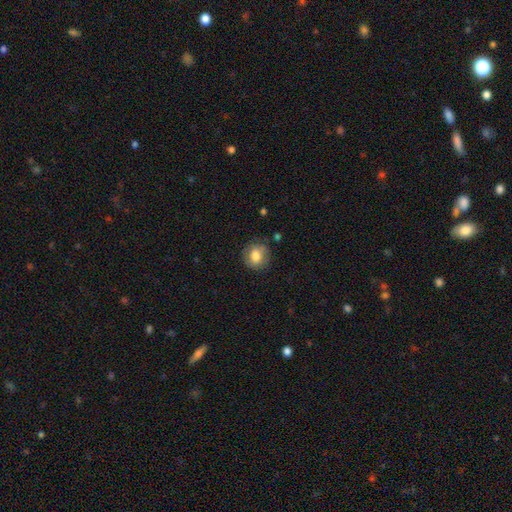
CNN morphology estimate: type=smooth (76%); roundness=round (80%); merging=none (80%).